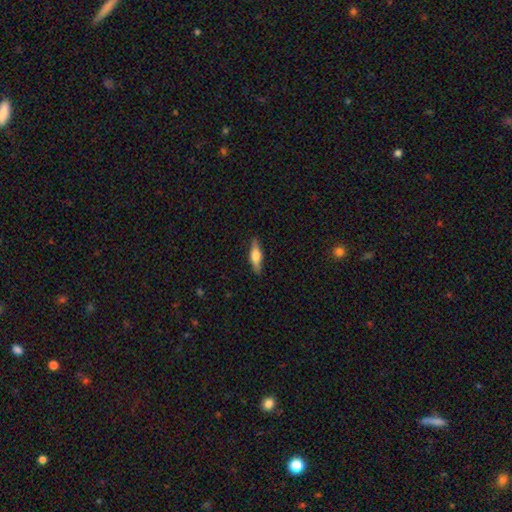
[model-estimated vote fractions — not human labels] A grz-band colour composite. It shows a featured or disk galaxy (47%, tied with smooth). Merging: none (88%).